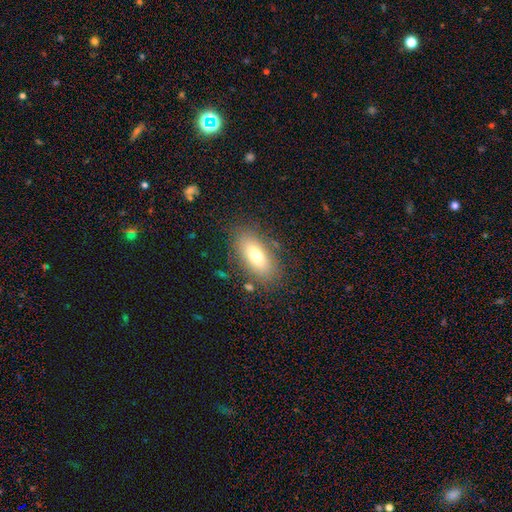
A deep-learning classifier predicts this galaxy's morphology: Overall: smooth (72%). How rounded: in between (87%). Merging: none (82%).